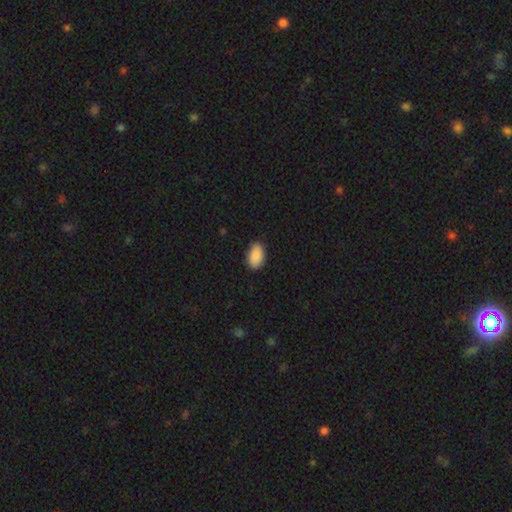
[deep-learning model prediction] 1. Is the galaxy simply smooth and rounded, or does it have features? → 90% smooth, 7% star or artifact, 3% featured or disk.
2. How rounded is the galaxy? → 93% in between, 6% round, 1% cigar-shaped.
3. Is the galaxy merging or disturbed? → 86% none, 11% minor disturbance, 2% major disturbance, 1% merger.